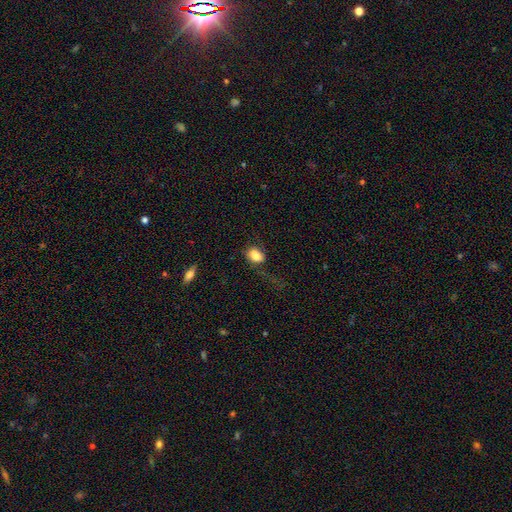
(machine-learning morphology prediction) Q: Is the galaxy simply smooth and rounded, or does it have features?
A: smooth — 80%.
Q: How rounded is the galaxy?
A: in between — 76%.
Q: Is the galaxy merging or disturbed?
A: none — 43%.